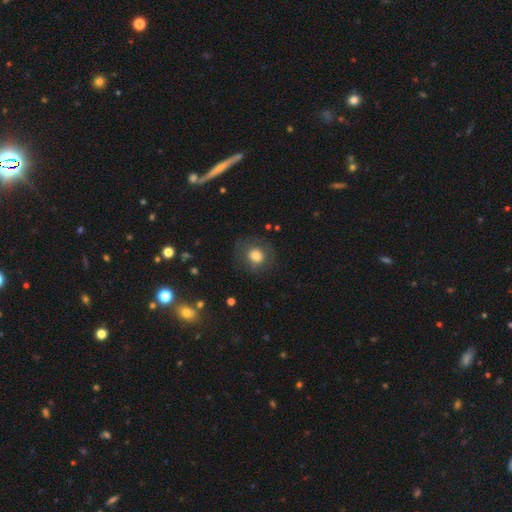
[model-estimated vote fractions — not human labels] Smooth or featured? smooth (71%)
How rounded? round (81%)
Merging? none (76%)